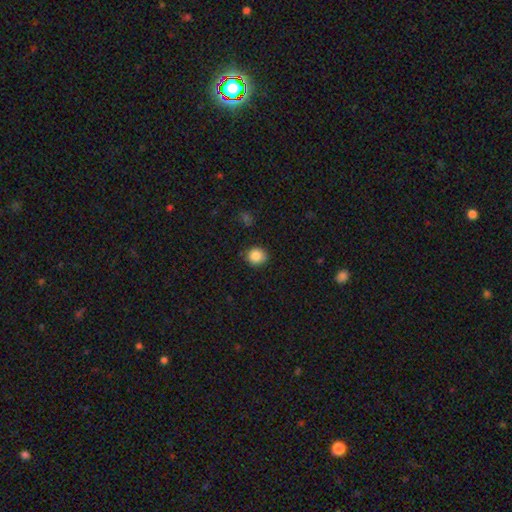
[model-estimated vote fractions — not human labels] A smooth galaxy with no disk features (86%) that is round (86%). Merging: none (84%).